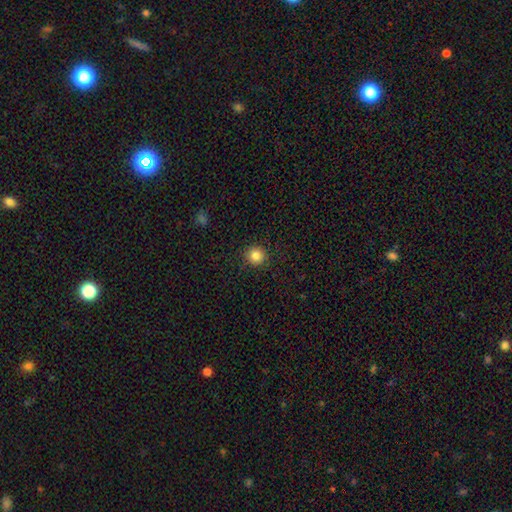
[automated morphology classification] smooth_or_featured: smooth (p=0.85) [alt: star or artifact p=0.11]
how_rounded: round (p=0.93) [alt: in between p=0.06]
merging: none (p=0.90) [alt: minor disturbance p=0.07]